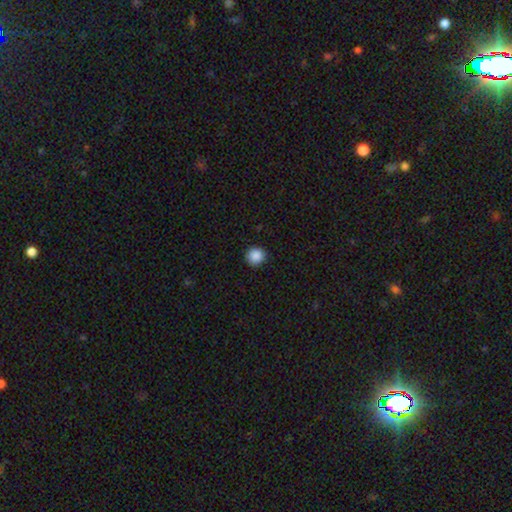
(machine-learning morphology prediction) smooth-or-featured: smooth: 88% | star or artifact: 9% | featured or disk: 2%
  how-rounded: round: 94% | in between: 5% | cigar-shaped: 1%
  merging: none: 92% | minor disturbance: 5% | major disturbance: 2% | merger: 1%